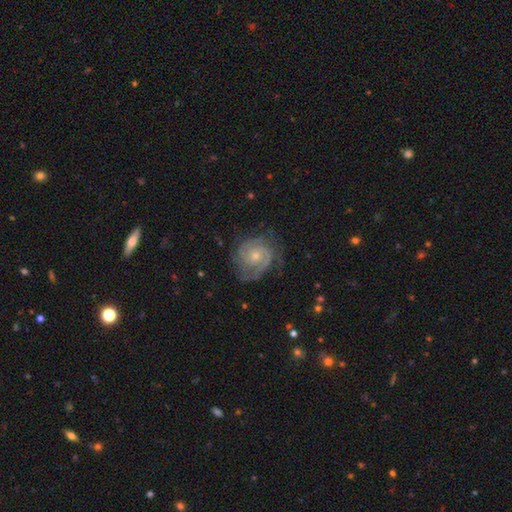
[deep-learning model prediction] smooth-or-featured: featured or disk: 90% | smooth: 6% | star or artifact: 5%
  disk-edge-on: no: 98% | yes: 2%
    bar: no: 74% | weak: 22% | strong: 4%
    has-spiral-arms: yes: 98% | no: 2%
      spiral-winding: tight: 68% | medium: 28% | loose: 5%
      spiral-arm-count: 2: 52% | 3: 24% | can't tell: 12% | 4: 5% | 1: 4% | more than 4: 4%
    bulge-size: small: 58% | moderate: 38% | none: 2% | large: 1% | dominant: 1%
  merging: none: 74% | minor disturbance: 18% | major disturbance: 7% | merger: 1%